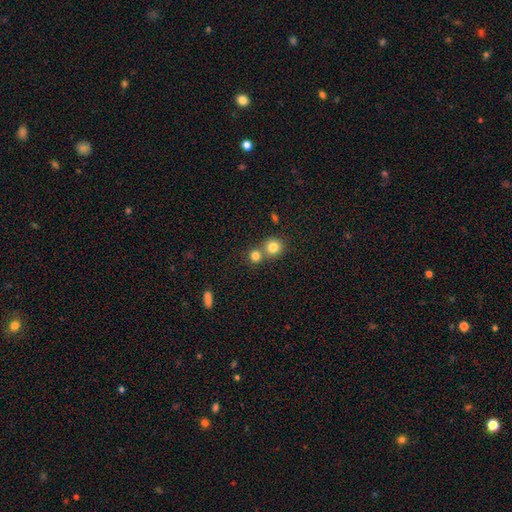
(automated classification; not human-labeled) Smooth or featured? Predicted: smooth (p=0.80). How rounded? Predicted: round (p=0.87). Merging? Predicted: none (p=0.50).